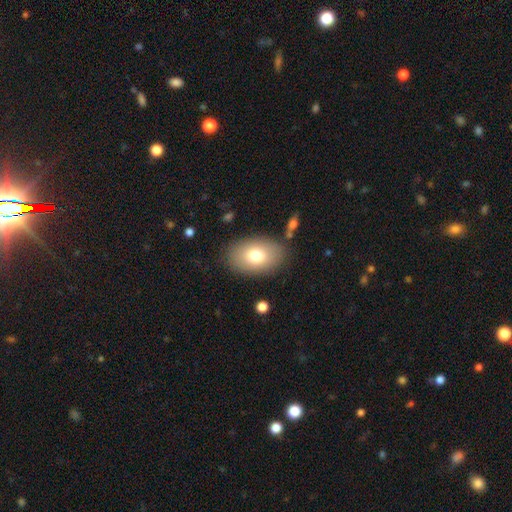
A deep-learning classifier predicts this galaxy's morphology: The model was most divided on "smooth or featured": smooth: 76%, featured or disk: 16%, star or artifact: 8%. More confident: how rounded — in between (88%); merging — none (83%).